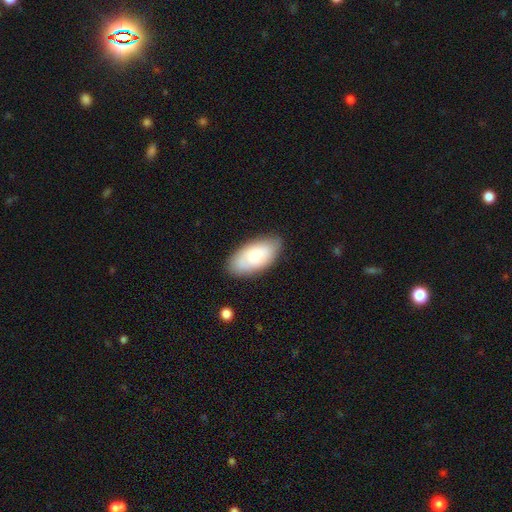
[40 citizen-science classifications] A smooth galaxy with no disk features (72%) that is in between round and cigar-shaped (93%). Merging: none (74%).